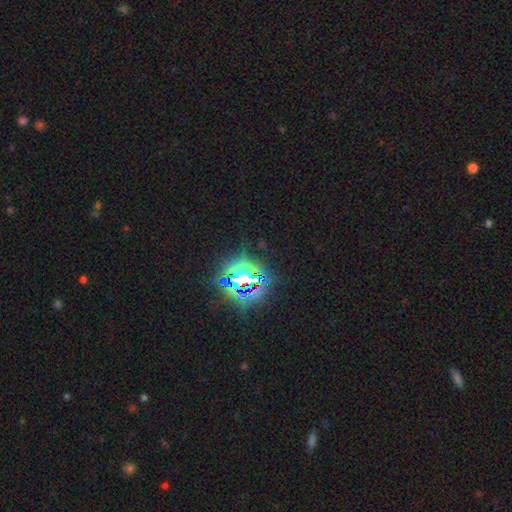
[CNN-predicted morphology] star or artifact 84%, smooth 10%, featured or disk 6%.